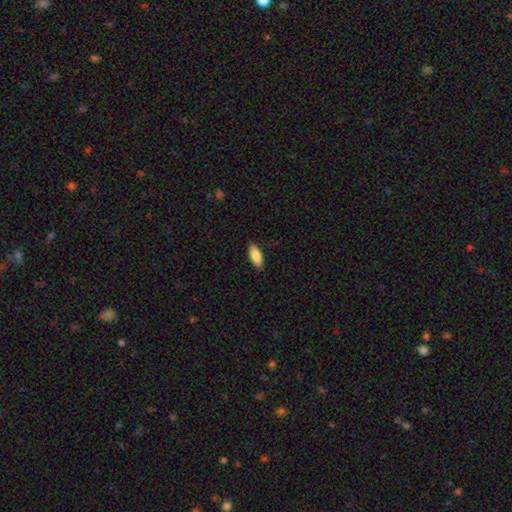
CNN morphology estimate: The model was most divided on "how rounded": in between: 78%, cigar-shaped: 20%, round: 2%. More confident: merging — none (88%); smooth or featured — smooth (85%).